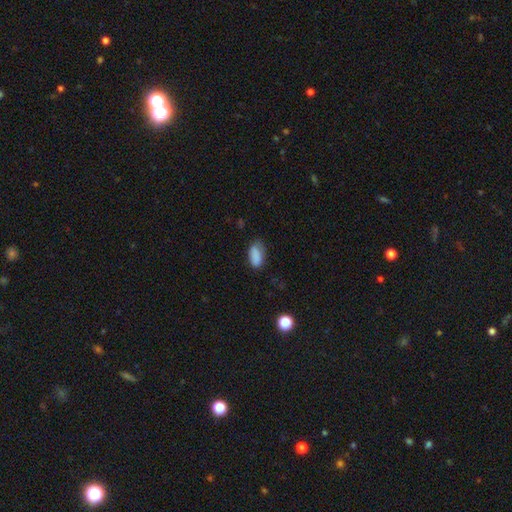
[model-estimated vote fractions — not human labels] Overall: smooth (86%). How rounded: in between (90%). Merging: none (68%).